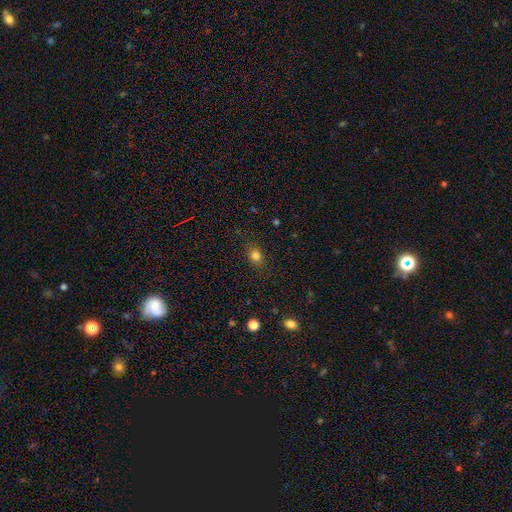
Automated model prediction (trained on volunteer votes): This is likely a smooth galaxy (80%). How rounded: possibly in between (49%, tied with round). Merging: clearly none (81%).